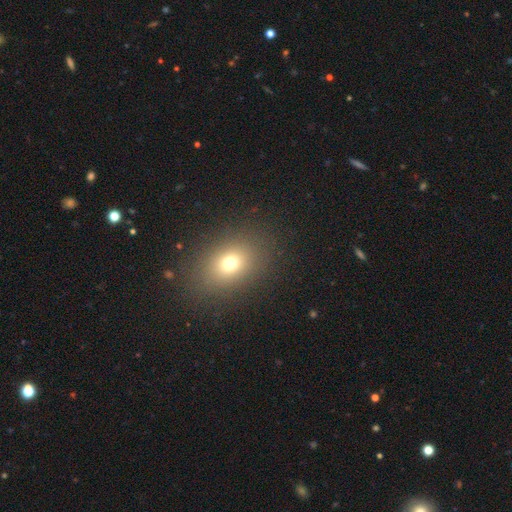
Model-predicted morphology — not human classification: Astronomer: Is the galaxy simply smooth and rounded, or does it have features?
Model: smooth — 66%.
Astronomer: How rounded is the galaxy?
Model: in between — 67%.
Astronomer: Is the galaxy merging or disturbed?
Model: none — 91%.